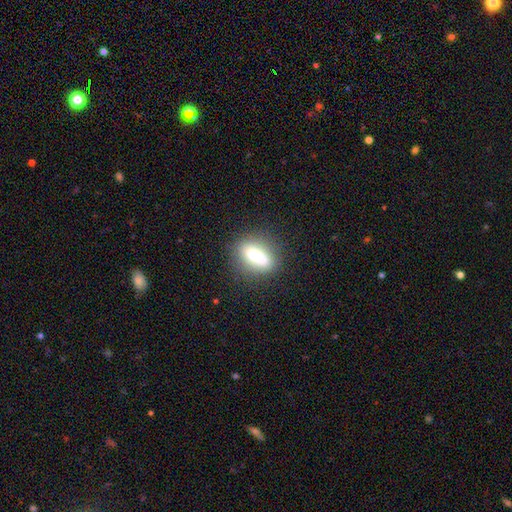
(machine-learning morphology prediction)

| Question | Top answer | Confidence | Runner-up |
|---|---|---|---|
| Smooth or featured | smooth | 65% | featured or disk (25%) |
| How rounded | in between | 65% | round (22%) |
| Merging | none | 59% | merger (18%) |